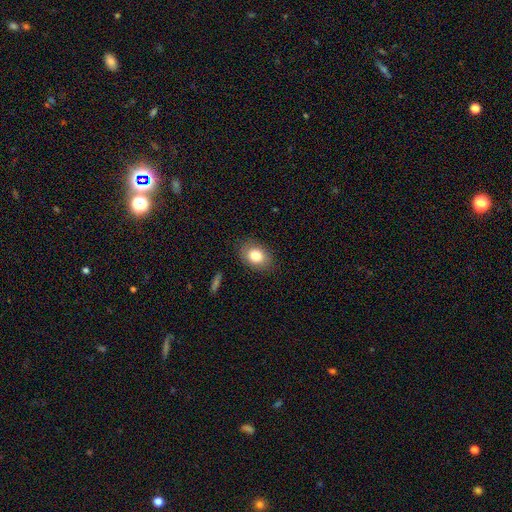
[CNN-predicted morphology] This is clearly a smooth galaxy (80%). How rounded: likely in between (68%). Merging: clearly none (84%).